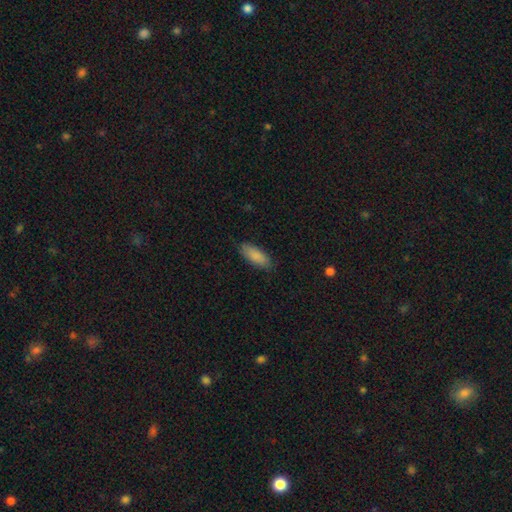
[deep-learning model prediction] Smooth or featured?
  - smooth: 88% *
  - featured or disk: 6%
  - star or artifact: 6%
How rounded?
  - in between: 76% *
  - cigar-shaped: 22%
  - round: 2%
Merging?
  - none: 84% *
  - minor disturbance: 13%
  - major disturbance: 2%
  - merger: 1%